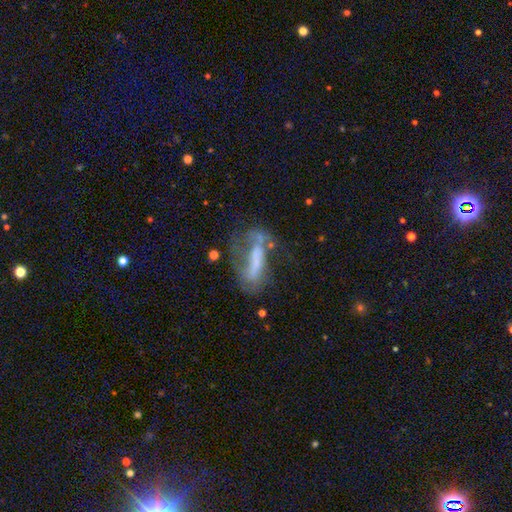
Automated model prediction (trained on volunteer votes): This is possibly a featured or disk galaxy (60%). It is likely not viewed edge-on (76%). Merging: marginally none (44%).